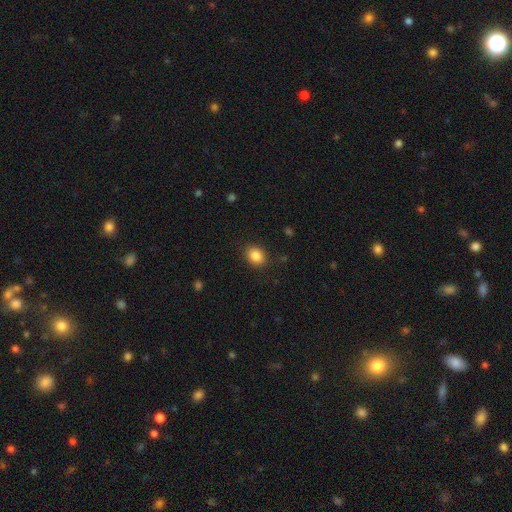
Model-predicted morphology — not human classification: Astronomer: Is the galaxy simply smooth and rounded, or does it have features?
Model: smooth — 86%.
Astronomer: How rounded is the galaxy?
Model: in between — 50% (runner-up: round, 49%).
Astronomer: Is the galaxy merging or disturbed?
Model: none — 87%.